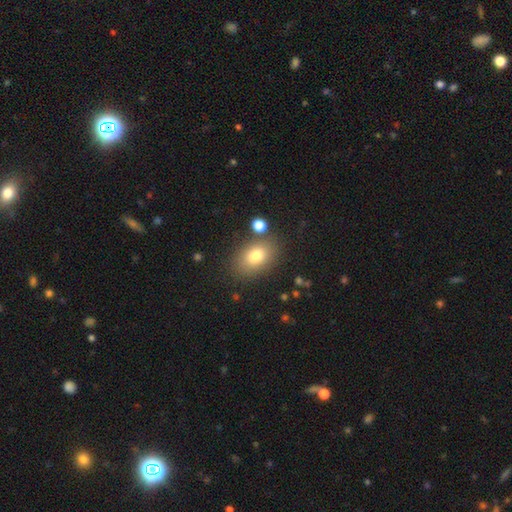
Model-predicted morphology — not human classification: smooth_or_featured: smooth (p=0.78) [alt: featured or disk p=0.12]
how_rounded: in between (p=0.82) [alt: round p=0.17]
merging: none (p=0.79) [alt: minor disturbance p=0.11]